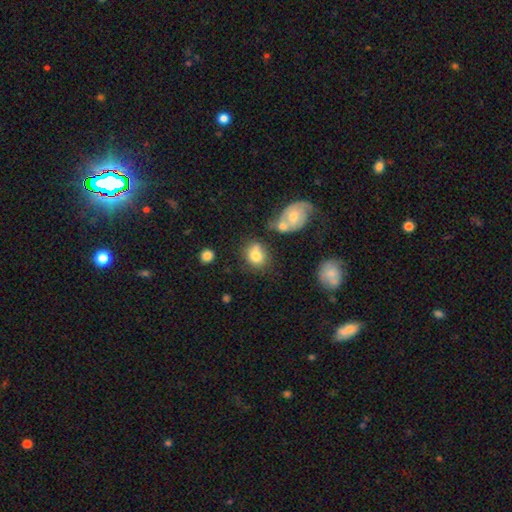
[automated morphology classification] A smooth galaxy with no disk features (77%) that is round (57%).

Vote fractions:
- Smooth or featured? smooth: 77% / featured or disk: 13% / star or artifact: 9%
- How rounded? round: 57% / in between: 41% / cigar-shaped: 1%
- Merging? none: 52% / merger: 23% / minor disturbance: 18% / major disturbance: 7%